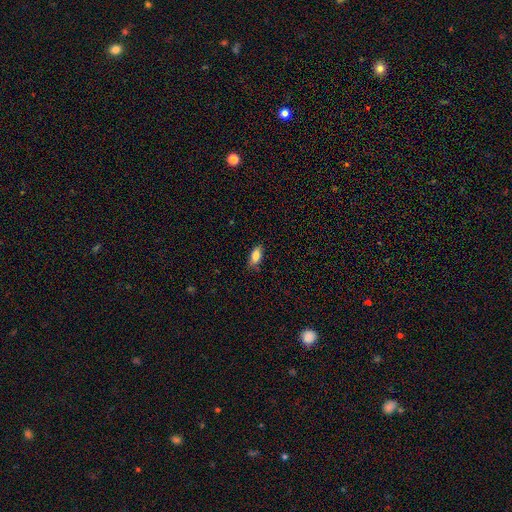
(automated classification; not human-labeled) smooth_or_featured: smooth (p=0.84) [alt: featured or disk p=0.09]
how_rounded: in between (p=0.85) [alt: cigar-shaped p=0.12]
merging: none (p=0.78) [alt: minor disturbance p=0.17]